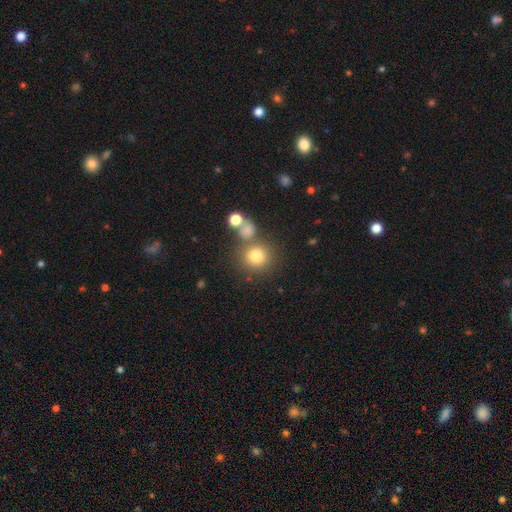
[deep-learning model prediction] Overall: smooth (78%). How rounded: round (87%). Merging: none (68%).